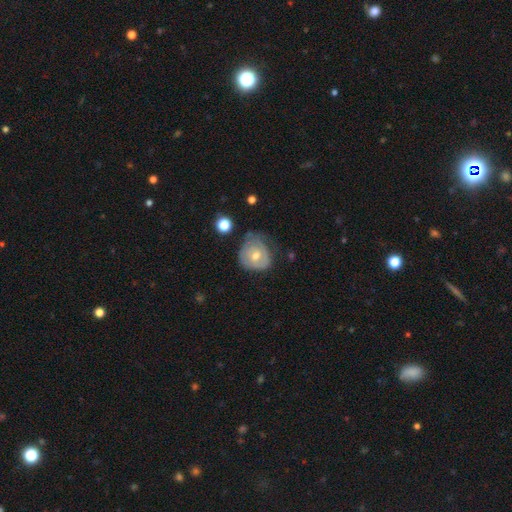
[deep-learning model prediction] A featured or disk galaxy (54%) with no bar (76%), spiral arms (60%) and a moderate central bulge (65%).

Vote fractions:
- Smooth or featured? featured or disk: 54% / smooth: 38% / star or artifact: 8%
- Edge-on disk? no: 97% / yes: 3%
- Bar? no: 76% / weak: 20% / strong: 4%
- Spiral arms? yes: 60% / no: 40%
- Bulge size? moderate: 65% / small: 31% / large: 3% / none: 1% / dominant: 1%
- Merging? none: 51% / minor disturbance: 32% / major disturbance: 15% / merger: 3%